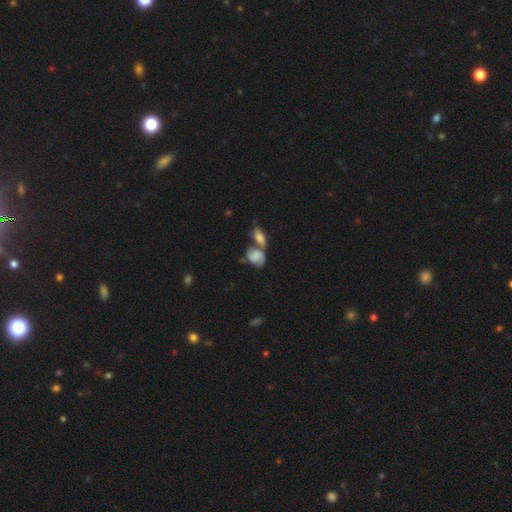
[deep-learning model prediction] This is possibly a smooth galaxy (57%). How rounded: likely in between (72%). Merging: possibly merger (55%).